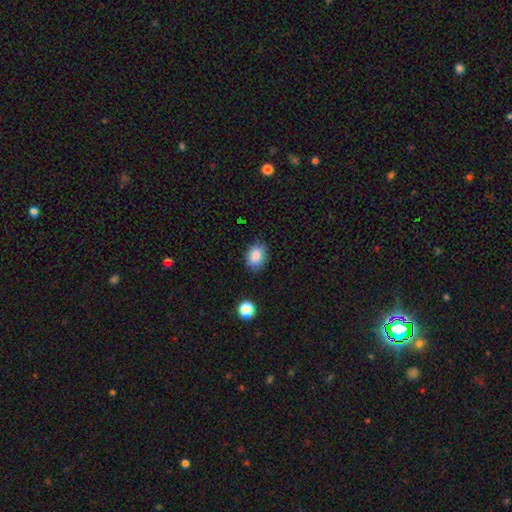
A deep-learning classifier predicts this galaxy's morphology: Smooth or featured? Predicted: smooth (p=0.87). How rounded? Predicted: in between (p=0.72). Merging? Predicted: none (p=0.84).